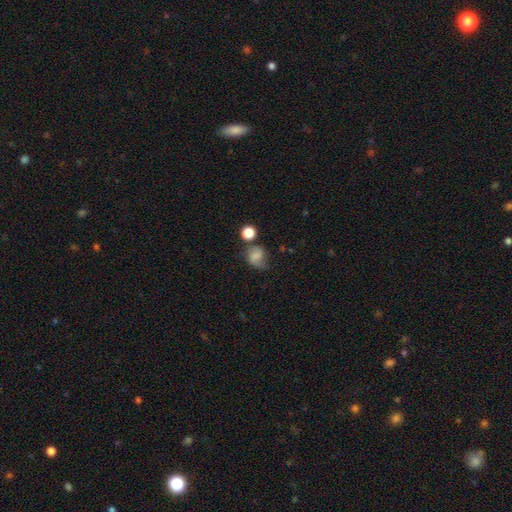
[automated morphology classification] smooth 63%, featured or disk 24%, star or artifact 13%. Down the decision tree: how rounded — round (62%); merging — none (44%).